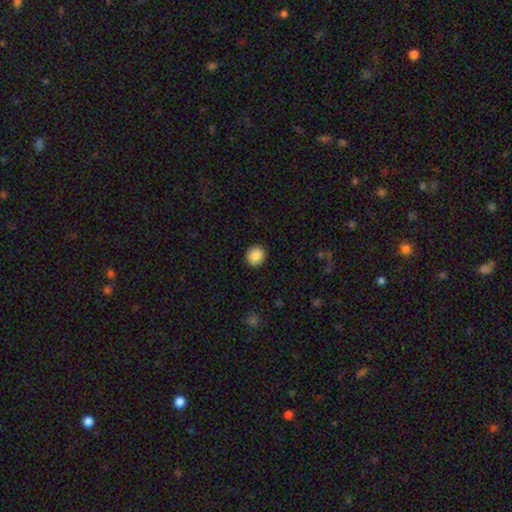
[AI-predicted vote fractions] Smooth or featured? smooth (88%)
How rounded? round (87%)
Merging? none (91%)